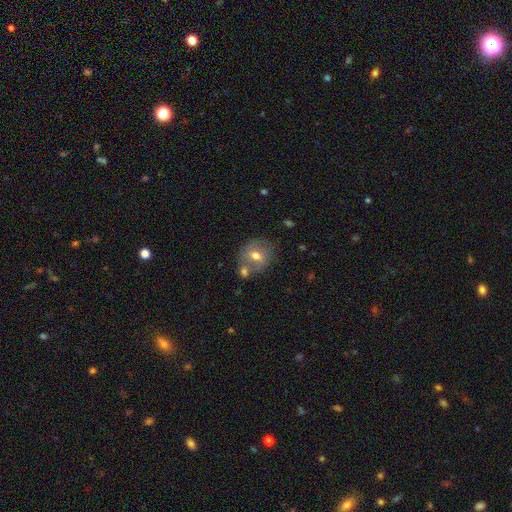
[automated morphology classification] The model was most divided on "smooth or featured": smooth: 56%, featured or disk: 33%, star or artifact: 11%. More confident: how rounded — round (74%); merging — none (59%).